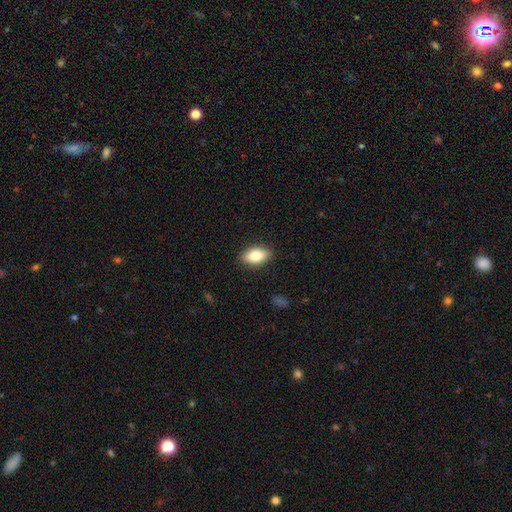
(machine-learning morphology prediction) This appears to be a smooth galaxy with no disk features (82%) that is in between round and cigar-shaped (90%). Merging: none (88%).